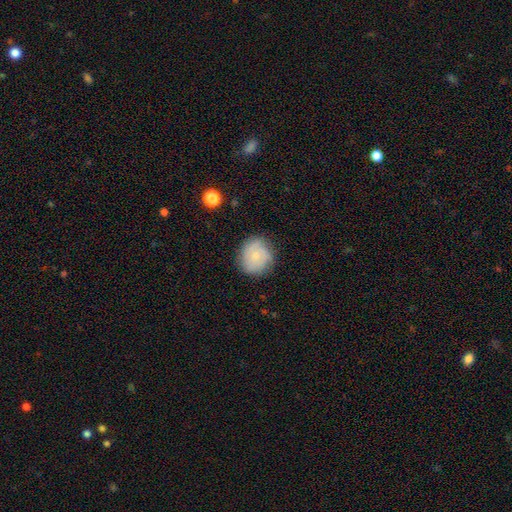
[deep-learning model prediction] Smooth or featured?
  - smooth: 60% *
  - featured or disk: 32%
  - star or artifact: 8%
How rounded?
  - round: 87% *
  - in between: 12%
  - cigar-shaped: 1%
Merging?
  - none: 77% *
  - minor disturbance: 17%
  - major disturbance: 4%
  - merger: 1%